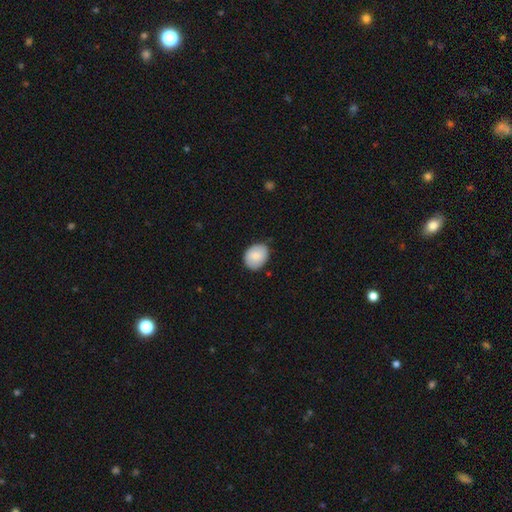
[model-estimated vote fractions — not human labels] Smooth or featured?
  - smooth: 82% *
  - featured or disk: 11%
  - star or artifact: 7%
How rounded?
  - in between: 51% *
  - round: 48%
  - cigar-shaped: 1%
Merging?
  - none: 77% *
  - minor disturbance: 19%
  - major disturbance: 3%
  - merger: 1%